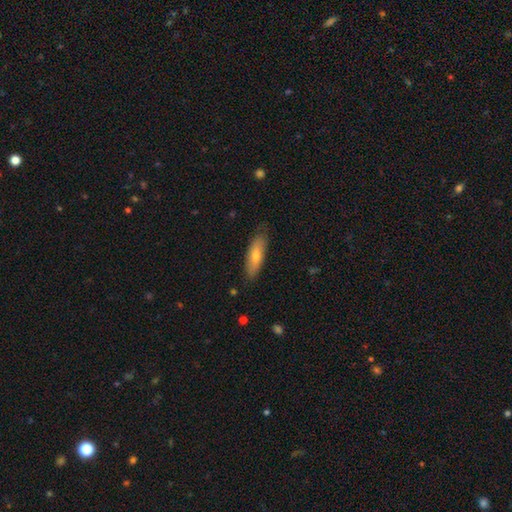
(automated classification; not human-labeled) A smooth galaxy with no disk features (71%) that is in between round and cigar-shaped (54%). Merging: none (79%).